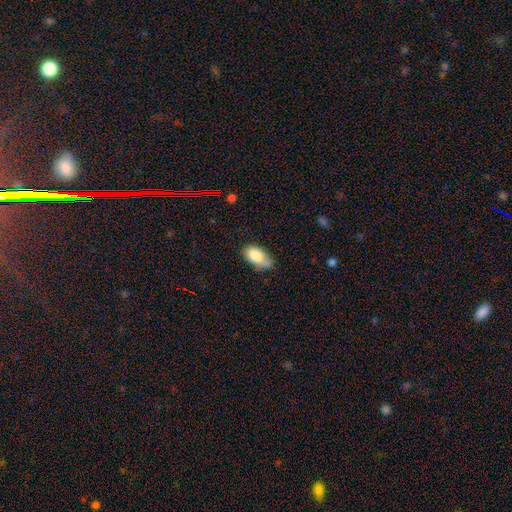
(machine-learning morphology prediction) smooth-or-featured: smooth: 83% | featured or disk: 10% | star or artifact: 7%
  how-rounded: in between: 92% | round: 5% | cigar-shaped: 3%
  merging: none: 50% | minor disturbance: 36% | major disturbance: 8% | merger: 5%